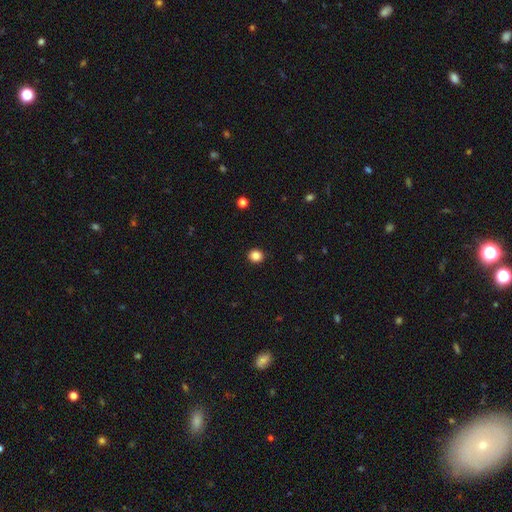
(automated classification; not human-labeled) Smooth or featured? smooth (85%)
How rounded? round (89%)
Merging? none (93%)